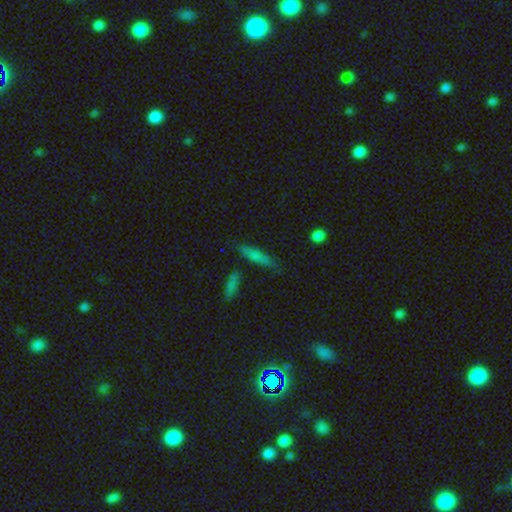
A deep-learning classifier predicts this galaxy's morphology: This appears to be a smooth galaxy with no disk features (70%) that is cigar-shaped (74%). Merging: none (72%).